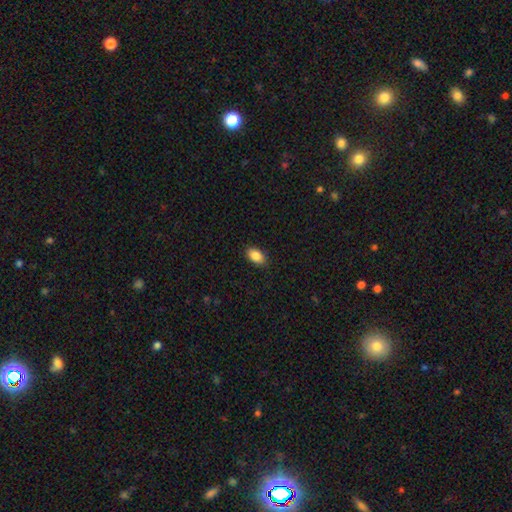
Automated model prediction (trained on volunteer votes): Q: Smooth or featured?
A: smooth (88%); runner-up: star or artifact (8%)
Q: How rounded?
A: in between (90%); runner-up: round (8%)
Q: Merging?
A: none (88%); runner-up: minor disturbance (9%)